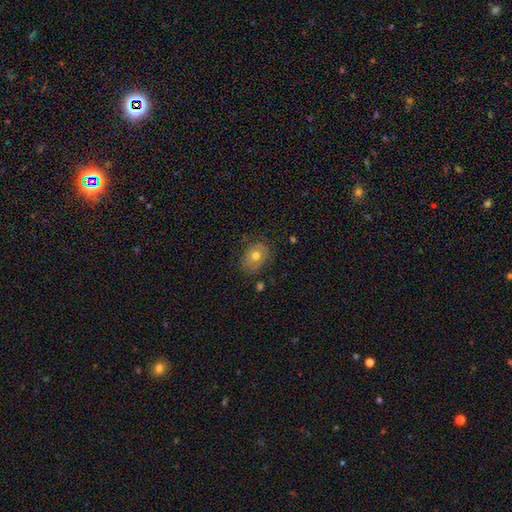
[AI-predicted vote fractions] The model was most divided on "how rounded": in between: 57%, round: 42%, cigar-shaped: 1%. More confident: merging — none (74%); smooth or featured — smooth (53%).